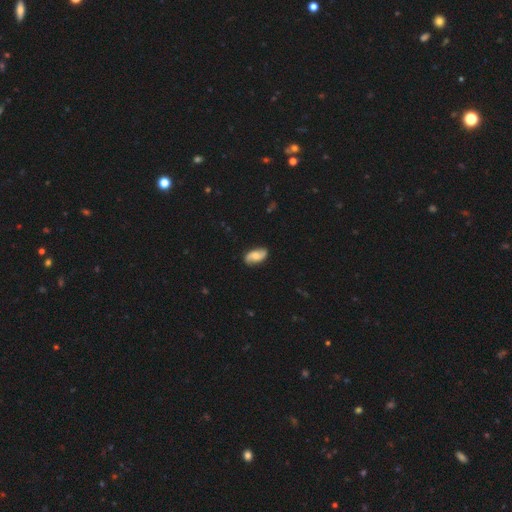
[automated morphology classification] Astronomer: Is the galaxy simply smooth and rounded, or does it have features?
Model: featured or disk — 61%.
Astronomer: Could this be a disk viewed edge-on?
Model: no — 95%.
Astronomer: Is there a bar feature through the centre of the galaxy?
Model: no — 60%.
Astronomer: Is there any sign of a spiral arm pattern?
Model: yes — 92%.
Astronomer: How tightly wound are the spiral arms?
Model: loose — 49% (runner-up: medium, 34%).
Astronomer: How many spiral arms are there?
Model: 2 — 91%.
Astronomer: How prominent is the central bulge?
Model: moderate — 50% (runner-up: small, 31%).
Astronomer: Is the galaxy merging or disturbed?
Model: none — 83%.